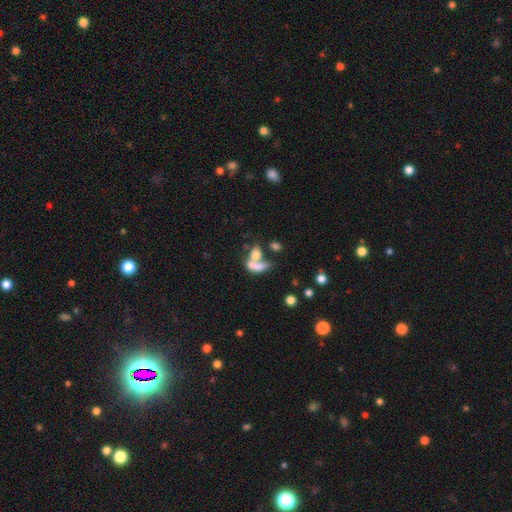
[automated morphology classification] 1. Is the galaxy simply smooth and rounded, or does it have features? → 64% smooth, 22% featured or disk, 13% star or artifact.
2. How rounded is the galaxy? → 69% in between, 18% round, 13% cigar-shaped.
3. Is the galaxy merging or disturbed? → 58% merger, 23% none, 11% major disturbance, 8% minor disturbance.